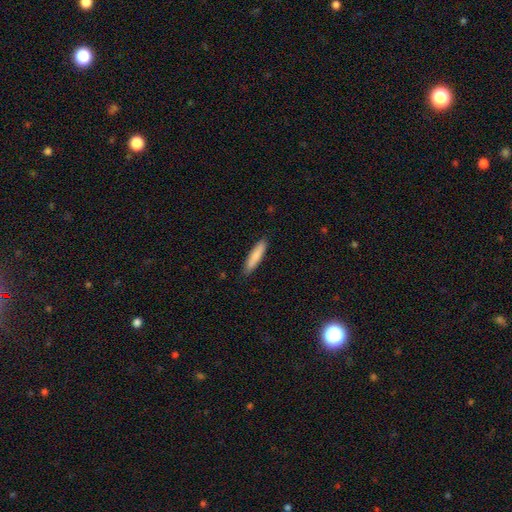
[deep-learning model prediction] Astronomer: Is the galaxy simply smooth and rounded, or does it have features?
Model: smooth — 80%.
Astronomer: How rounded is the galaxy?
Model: cigar-shaped — 81%.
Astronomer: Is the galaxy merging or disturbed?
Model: none — 87%.